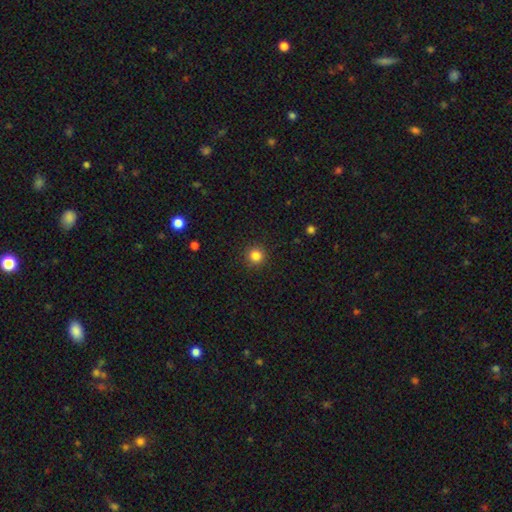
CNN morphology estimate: Smooth or featured: smooth — 84% (star or artifact — 12%)
How rounded: round — 95% (in between — 4%)
Merging: none — 92% (minor disturbance — 5%)